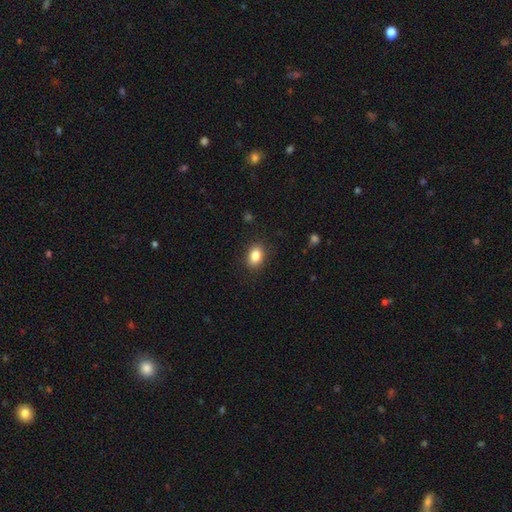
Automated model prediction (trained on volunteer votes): Smooth or featured? smooth (85%)
How rounded? in between (78%)
Merging? none (87%)